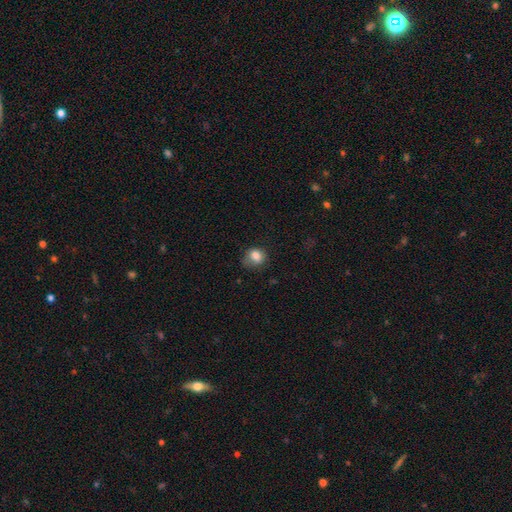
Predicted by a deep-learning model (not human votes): smooth-or-featured: smooth: 82% | star or artifact: 10% | featured or disk: 8%
  how-rounded: round: 64% | in between: 35% | cigar-shaped: 1%
  merging: none: 58% | minor disturbance: 29% | major disturbance: 10% | merger: 2%